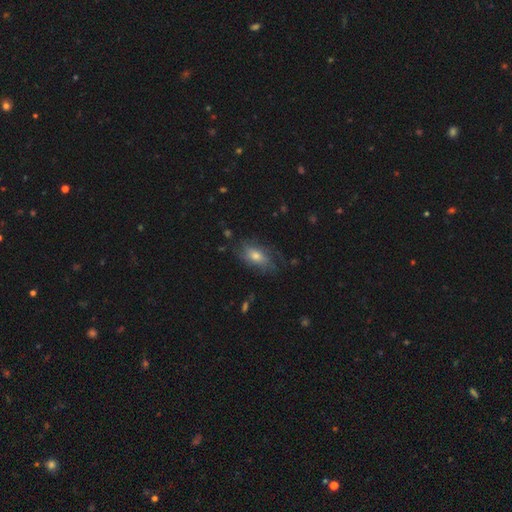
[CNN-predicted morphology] Smooth or featured: smooth — 50% (featured or disk — 39%)
How rounded: in between — 83% (cigar-shaped — 10%)
Merging: none — 66% (minor disturbance — 23%)